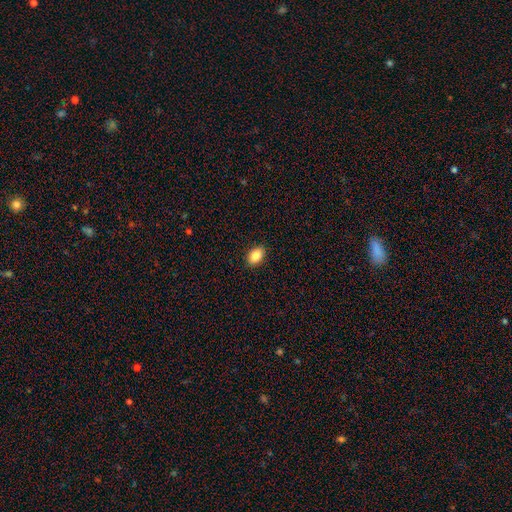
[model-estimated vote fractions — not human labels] smooth-or-featured: smooth: 87% | star or artifact: 8% | featured or disk: 5%
  how-rounded: in between: 87% | round: 12% | cigar-shaped: 1%
  merging: none: 90% | minor disturbance: 7% | major disturbance: 2% | merger: 1%